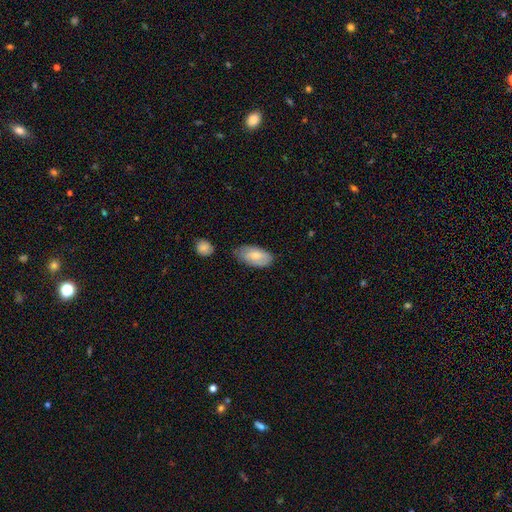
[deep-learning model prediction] This is likely a smooth galaxy (72%). How rounded: clearly in between (93%). Merging: likely none (64%).